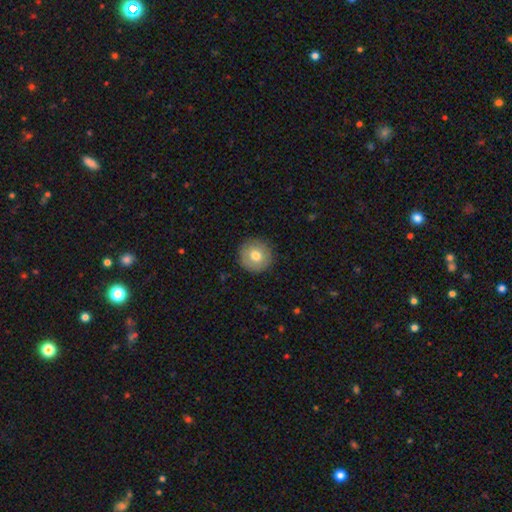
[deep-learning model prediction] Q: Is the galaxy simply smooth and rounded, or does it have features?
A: smooth — 75%.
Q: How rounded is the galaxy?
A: round — 95%.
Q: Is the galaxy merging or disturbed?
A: none — 90%.